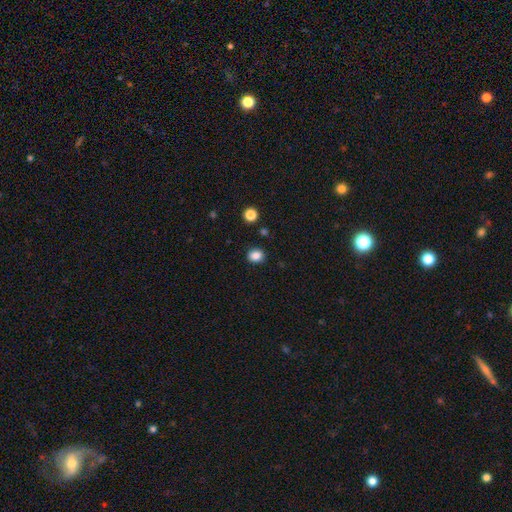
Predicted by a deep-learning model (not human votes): A smooth galaxy with no disk features (86%) that is round (63%). Merging: none (88%).